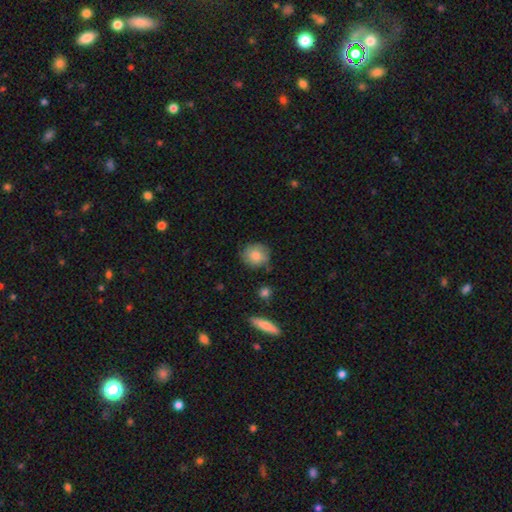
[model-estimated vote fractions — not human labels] A smooth galaxy with no disk features (77%) that is round (81%).

Vote fractions:
- Smooth or featured? smooth: 77% / featured or disk: 16% / star or artifact: 8%
- How rounded? round: 81% / in between: 18% / cigar-shaped: 1%
- Merging? none: 72% / minor disturbance: 21% / major disturbance: 4% / merger: 3%